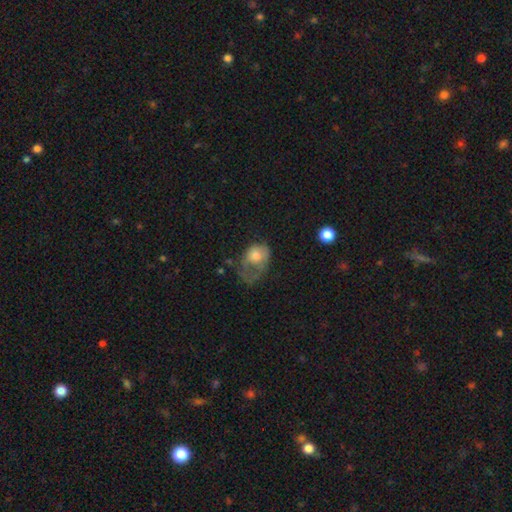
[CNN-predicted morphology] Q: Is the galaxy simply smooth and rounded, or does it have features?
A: smooth — 61%.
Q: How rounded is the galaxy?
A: in between — 65%.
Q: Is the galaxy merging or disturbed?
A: major disturbance — 59%.